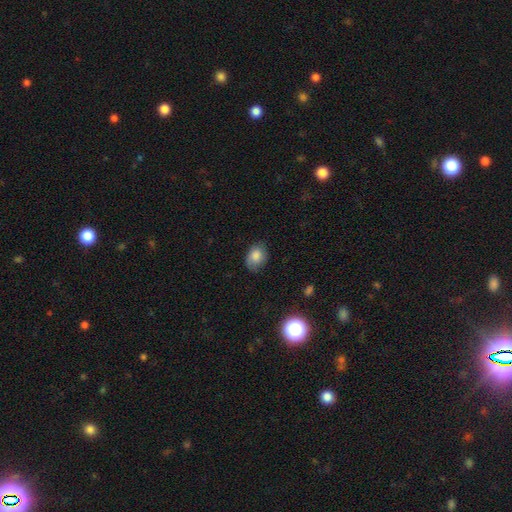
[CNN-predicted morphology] smooth-or-featured: smooth: 81% | star or artifact: 10% | featured or disk: 9%
  how-rounded: in between: 68% | round: 31% | cigar-shaped: 1%
  merging: none: 68% | minor disturbance: 25% | major disturbance: 5% | merger: 1%